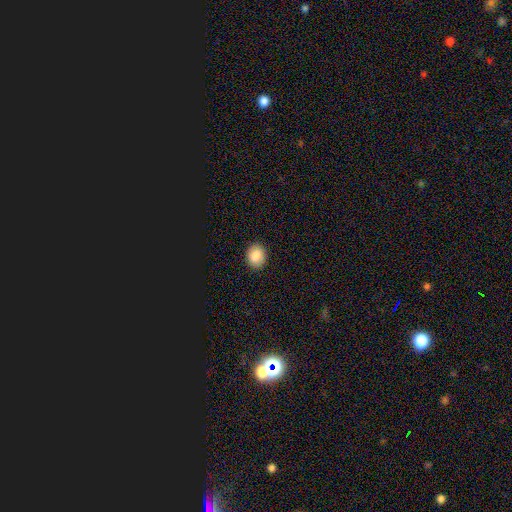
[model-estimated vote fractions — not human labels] Morphology: type=smooth (85%); roundness=round (53%); merging=none (90%).